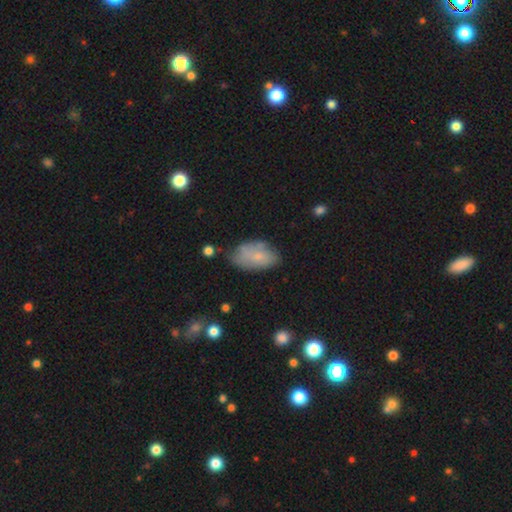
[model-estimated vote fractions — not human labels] smooth-or-featured: smooth: 66% | featured or disk: 27% | star or artifact: 8%
  how-rounded: in between: 92% | round: 5% | cigar-shaped: 2%
  merging: none: 54% | minor disturbance: 32% | major disturbance: 9% | merger: 5%